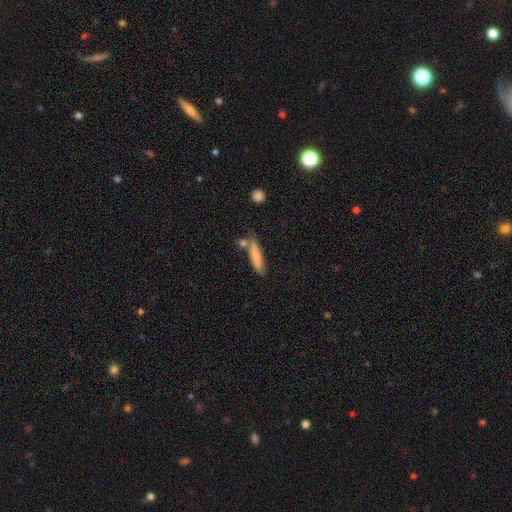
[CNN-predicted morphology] This appears to be a smooth galaxy with no disk features (77%) that is cigar-shaped (80%). Merging: none (64%).